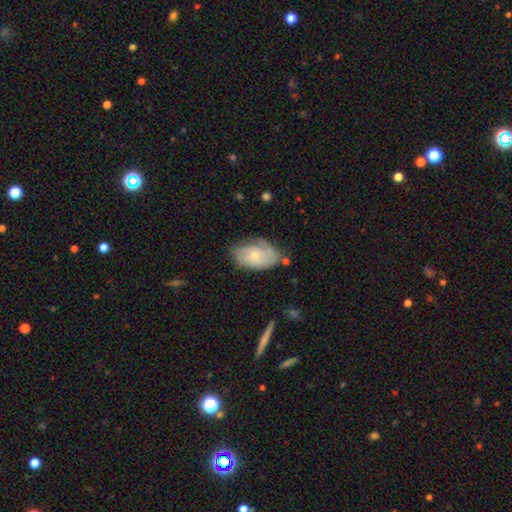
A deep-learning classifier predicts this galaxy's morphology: Smooth or featured?
  - featured or disk: 47% *
  - smooth: 46%
  - star or artifact: 7%
Merging?
  - none: 62% *
  - minor disturbance: 28%
  - major disturbance: 7%
  - merger: 3%